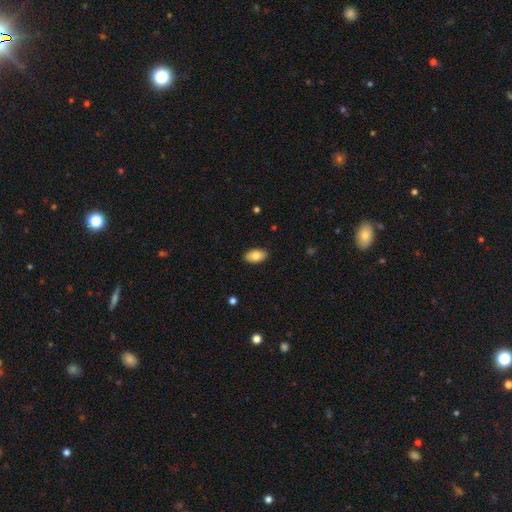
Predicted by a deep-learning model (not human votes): Morphology: type=smooth (82%); roundness=in between (94%); merging=none (89%).